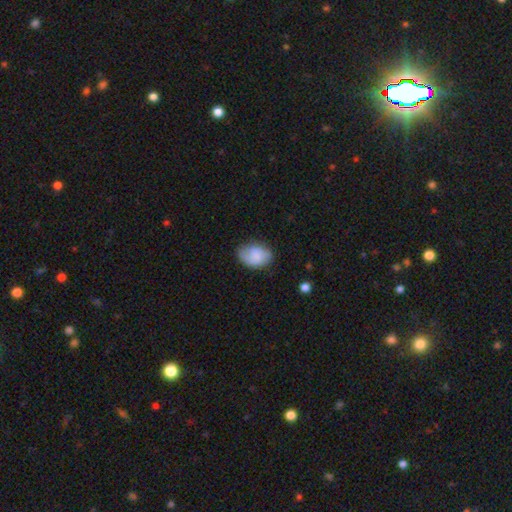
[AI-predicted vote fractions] smooth-or-featured: smooth: 68% | featured or disk: 24% | star or artifact: 8%
  how-rounded: in between: 74% | round: 25% | cigar-shaped: 1%
  merging: none: 64% | minor disturbance: 26% | major disturbance: 9% | merger: 2%